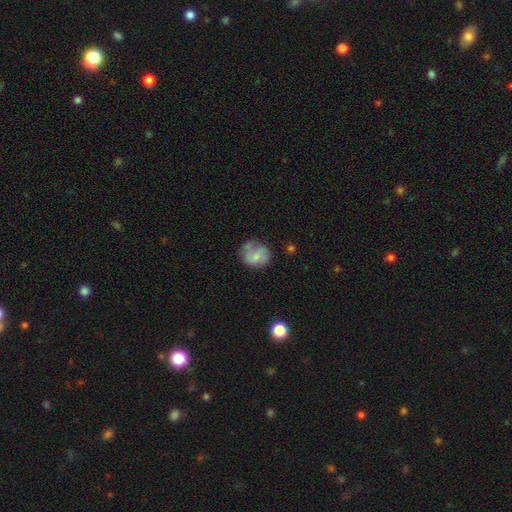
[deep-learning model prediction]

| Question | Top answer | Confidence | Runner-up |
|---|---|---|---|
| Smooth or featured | smooth | 54% | featured or disk (38%) |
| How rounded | round | 71% | in between (27%) |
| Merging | none | 49% | minor disturbance (28%) |